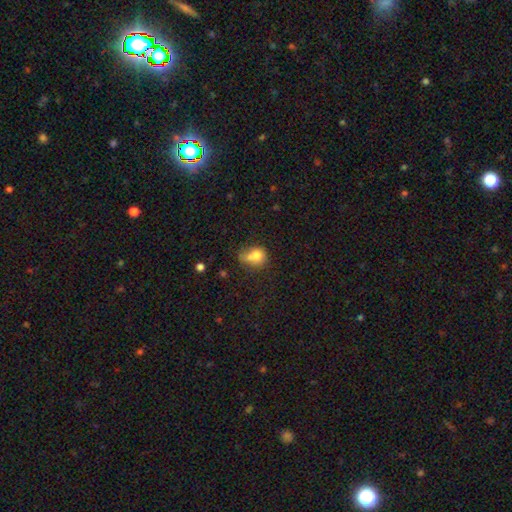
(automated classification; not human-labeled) The model was most divided on "merging": merger: 34%, none: 32%, minor disturbance: 22%, major disturbance: 12%. More confident: smooth or featured — smooth (74%); how rounded — round (59%).